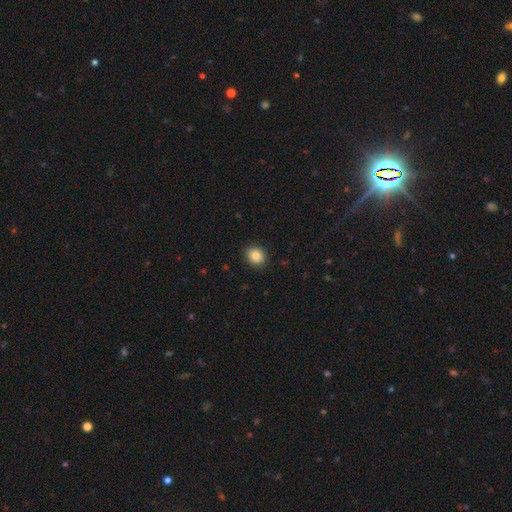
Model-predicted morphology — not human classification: type=smooth (85%); roundness=round (70%); merging=none (90%).